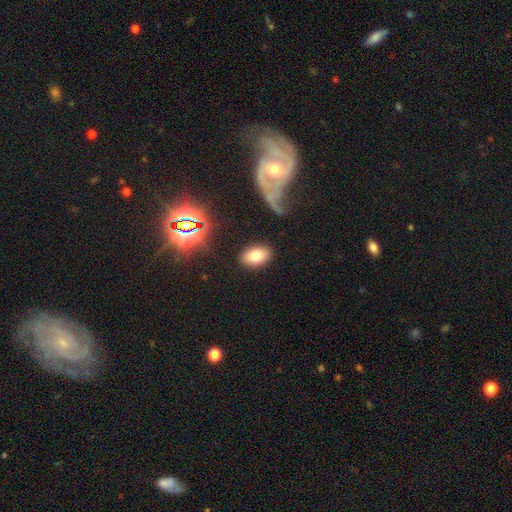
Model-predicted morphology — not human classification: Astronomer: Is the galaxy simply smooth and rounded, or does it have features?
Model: smooth — 78%.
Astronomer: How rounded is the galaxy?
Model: in between — 89%.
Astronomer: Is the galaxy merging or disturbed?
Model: none — 86%.